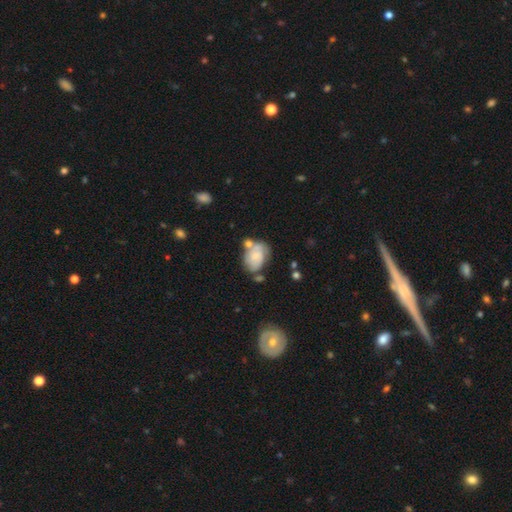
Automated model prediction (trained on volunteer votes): smooth-or-featured: featured or disk: 54% | smooth: 38% | star or artifact: 8%
  disk-edge-on: no: 97% | yes: 3%
    bar: no: 68% | weak: 27% | strong: 5%
    has-spiral-arms: yes: 83% | no: 17%
    bulge-size: small: 45% | none: 28% | moderate: 20% | large: 5% | dominant: 2%
  merging: none: 45% | minor disturbance: 23% | merger: 22% | major disturbance: 11%